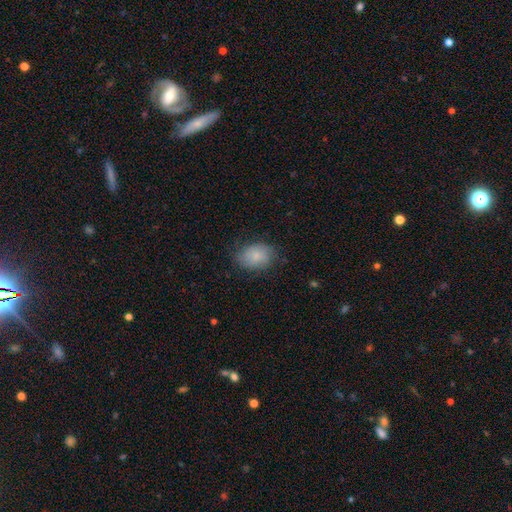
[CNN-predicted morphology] smooth_or_featured: smooth (p=0.78) [alt: featured or disk p=0.15]
how_rounded: in between (p=0.74) [alt: round p=0.25]
merging: none (p=0.73) [alt: minor disturbance p=0.20]